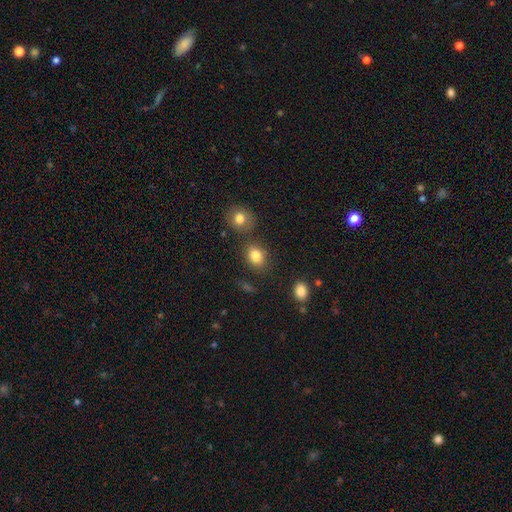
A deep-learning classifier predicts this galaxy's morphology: The model was most divided on "how rounded": in between: 57%, round: 42%, cigar-shaped: 1%. More confident: smooth or featured — smooth (83%); merging — none (72%).